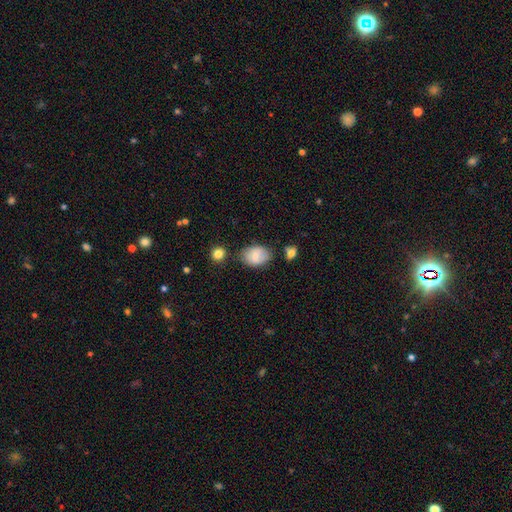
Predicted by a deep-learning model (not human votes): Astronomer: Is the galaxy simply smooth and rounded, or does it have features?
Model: smooth — 75%.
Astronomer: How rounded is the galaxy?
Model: in between — 76%.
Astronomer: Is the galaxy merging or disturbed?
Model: none — 68%.